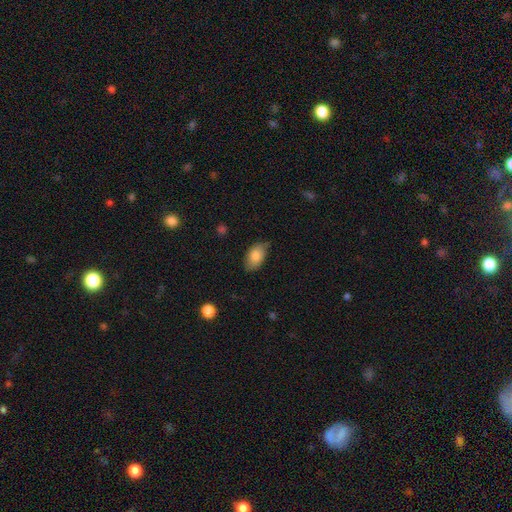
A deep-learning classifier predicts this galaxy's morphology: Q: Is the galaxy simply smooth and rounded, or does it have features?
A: smooth — 83%.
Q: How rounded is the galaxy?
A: in between — 93%.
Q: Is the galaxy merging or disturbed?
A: none — 70%.